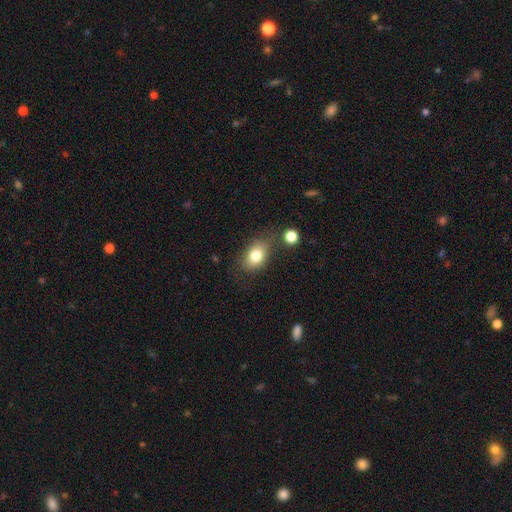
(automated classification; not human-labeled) Overall: smooth (79%). How rounded: in between (72%). Merging: none (63%).